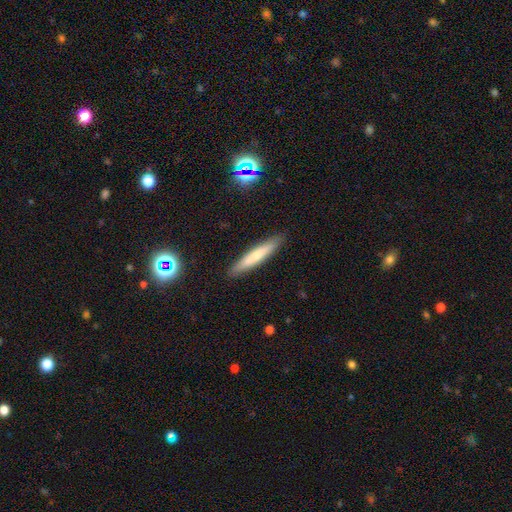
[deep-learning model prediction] The model was most divided on "smooth or featured": smooth: 66%, featured or disk: 27%, star or artifact: 7%. More confident: how rounded — cigar-shaped (92%); merging — none (90%).